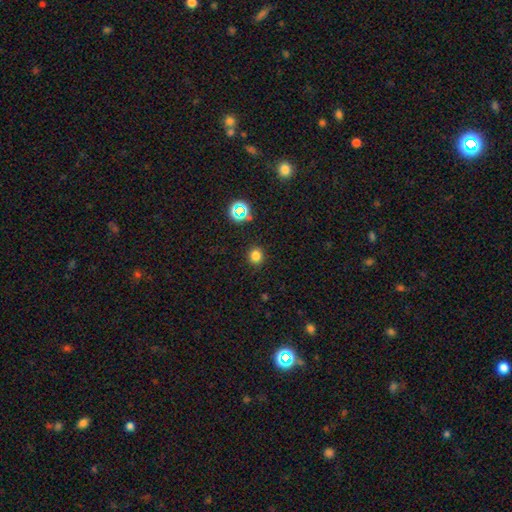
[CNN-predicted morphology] A smooth galaxy with no disk features (78%) that is round (84%).

Vote fractions:
- Smooth or featured? smooth: 78% / star or artifact: 17% / featured or disk: 5%
- How rounded? round: 84% / in between: 15% / cigar-shaped: 1%
- Merging? none: 89% / minor disturbance: 7% / major disturbance: 2% / merger: 1%